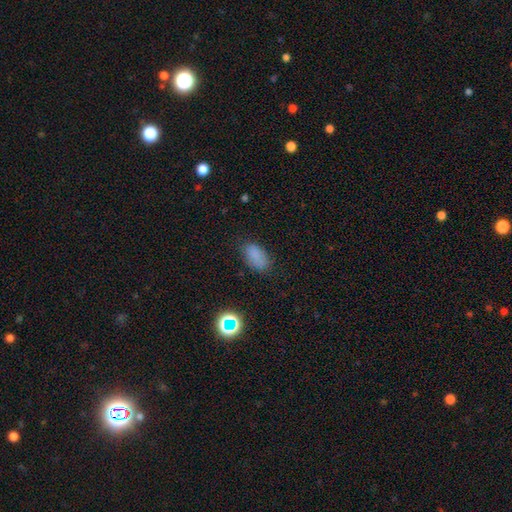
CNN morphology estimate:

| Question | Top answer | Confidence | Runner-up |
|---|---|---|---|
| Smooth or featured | smooth | 81% | star or artifact (13%) |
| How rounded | in between | 91% | round (6%) |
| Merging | none | 75% | minor disturbance (18%) |